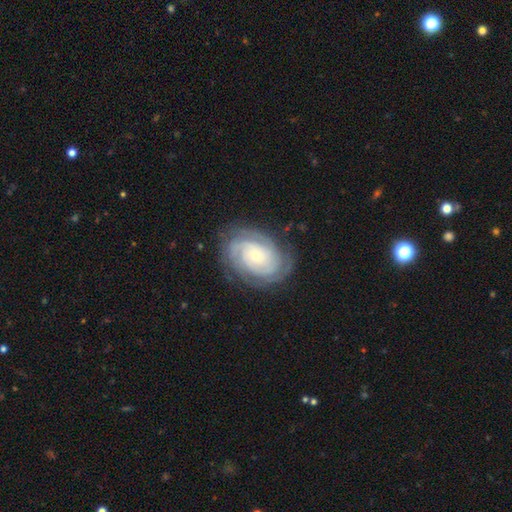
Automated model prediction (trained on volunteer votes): smooth-or-featured: featured or disk: 85% | smooth: 10% | star or artifact: 5%
  disk-edge-on: no: 97% | yes: 3%
    bar: no: 77% | weak: 18% | strong: 5%
    has-spiral-arms: yes: 96% | no: 4%
      spiral-winding: tight: 75% | medium: 20% | loose: 4%
      spiral-arm-count: can't tell: 28% | 3: 24% | 2: 22% | 4: 14% | more than 4: 6% | 1: 6%
    bulge-size: small: 70% | moderate: 25% | large: 2% | none: 1% | dominant: 1%
  merging: none: 78% | minor disturbance: 16% | major disturbance: 6% | merger: 1%